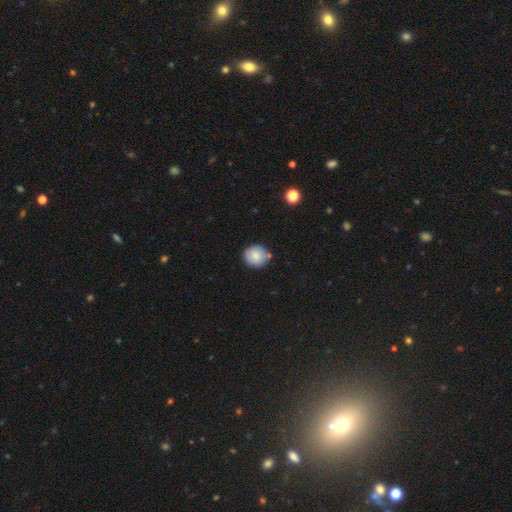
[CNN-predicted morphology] smooth 81%, featured or disk 11%, star or artifact 8%. Down the decision tree: how rounded — round (87%); merging — none (79%).